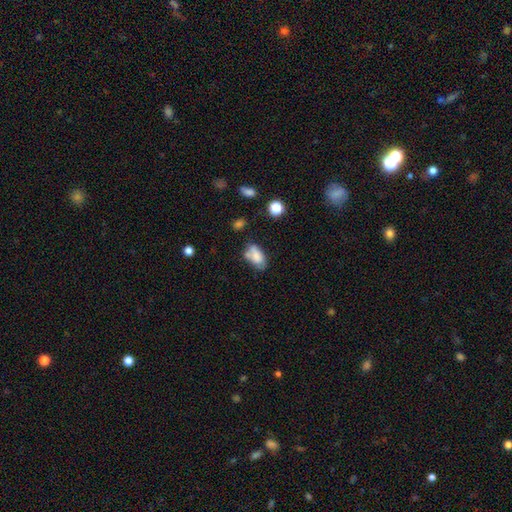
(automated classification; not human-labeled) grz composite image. It shows a smooth galaxy with no disk features (72%) that is in between round and cigar-shaped (90%). Merging: none (45%).